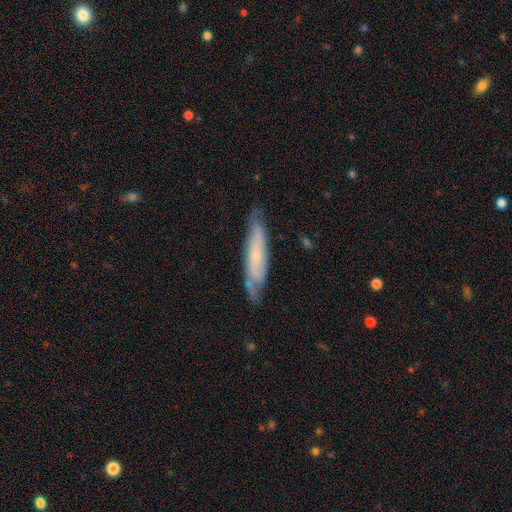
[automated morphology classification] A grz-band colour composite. It shows a featured or disk galaxy (59%). Merging: none (71%).